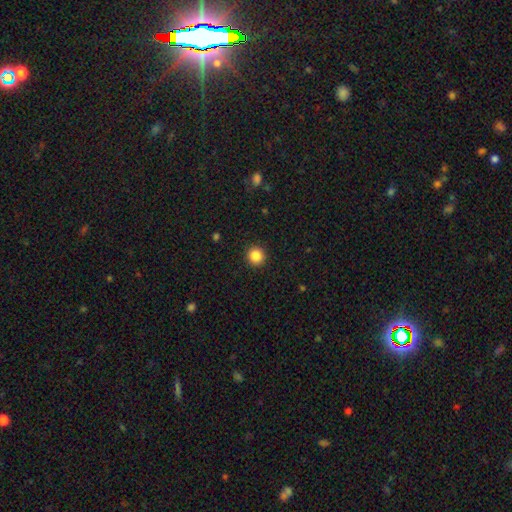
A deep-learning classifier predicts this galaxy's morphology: Overall: smooth (86%). How rounded: round (93%). Merging: none (92%).